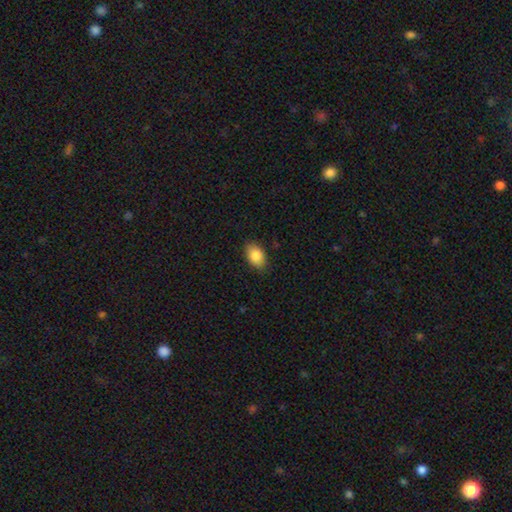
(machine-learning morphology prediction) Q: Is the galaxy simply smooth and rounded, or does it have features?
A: smooth — 86%.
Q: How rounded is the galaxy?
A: in between — 85%.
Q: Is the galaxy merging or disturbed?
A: none — 86%.